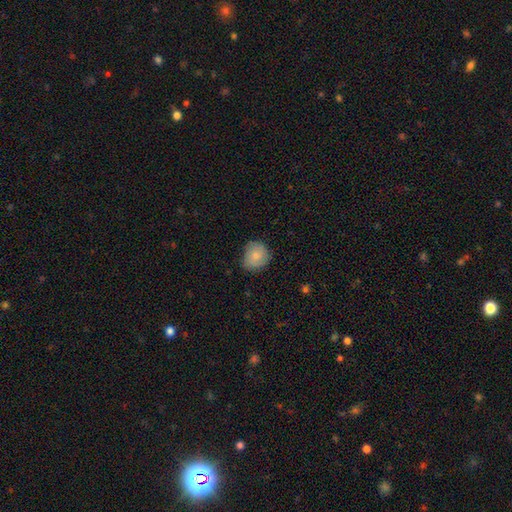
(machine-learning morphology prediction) Smooth or featured? smooth (80%)
How rounded? round (77%)
Merging? none (71%)